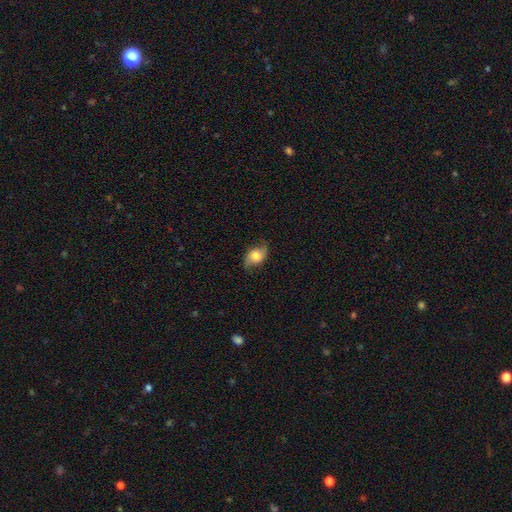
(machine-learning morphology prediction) smooth-or-featured: smooth: 58% | featured or disk: 33% | star or artifact: 9%
  how-rounded: in between: 80% | round: 18% | cigar-shaped: 2%
  merging: none: 72% | minor disturbance: 21% | major disturbance: 6% | merger: 1%